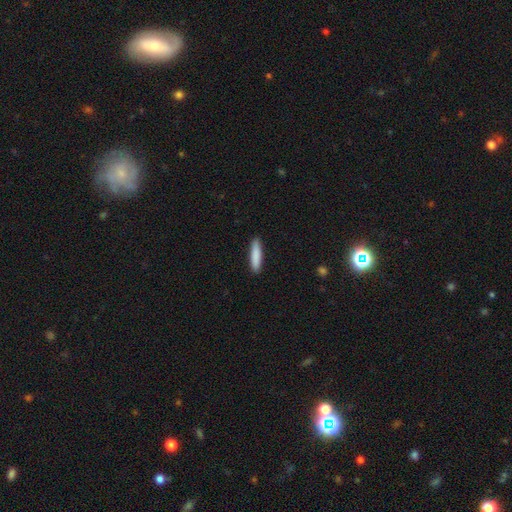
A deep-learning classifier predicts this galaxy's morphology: The model was most divided on "how rounded": cigar-shaped: 84%, in between: 15%, round: 1%. More confident: merging — none (90%); smooth or featured — smooth (87%).